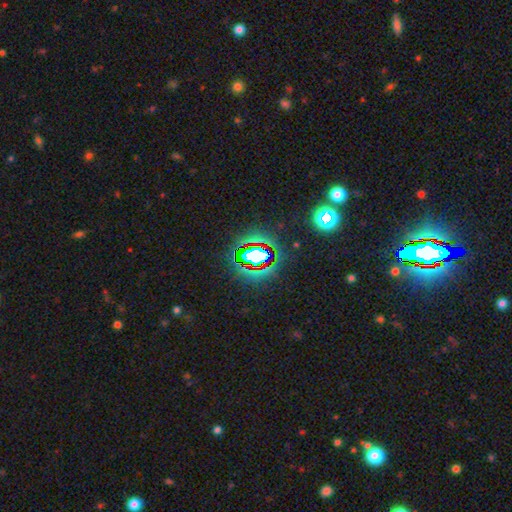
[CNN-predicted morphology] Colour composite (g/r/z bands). It shows a star or artifact, not a galaxy (67%).